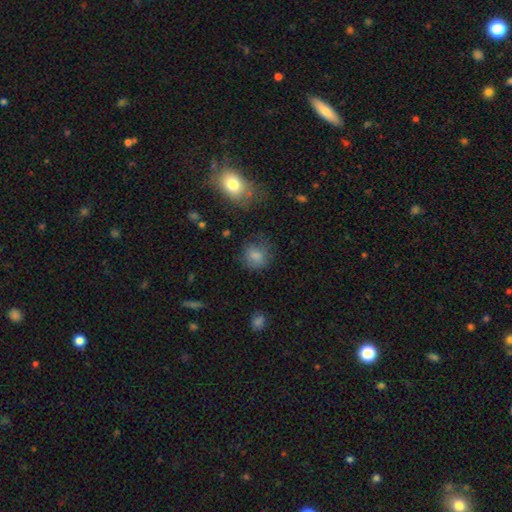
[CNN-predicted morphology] Smooth or featured? Predicted: smooth (p=0.80). How rounded? Predicted: round (p=0.75). Merging? Predicted: none (p=0.66).